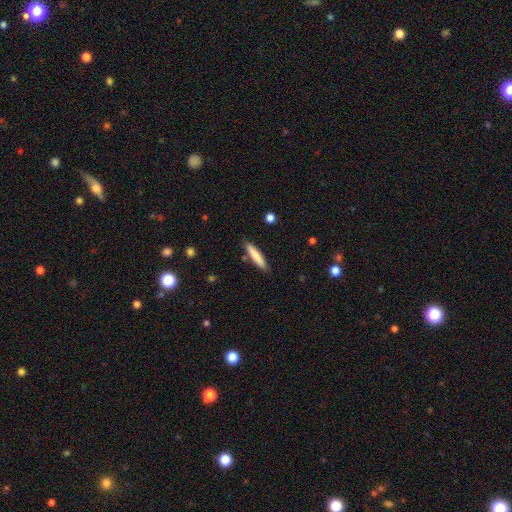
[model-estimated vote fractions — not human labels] This appears to be a smooth galaxy with no disk features (79%) that is cigar-shaped (87%). Merging: none (86%).